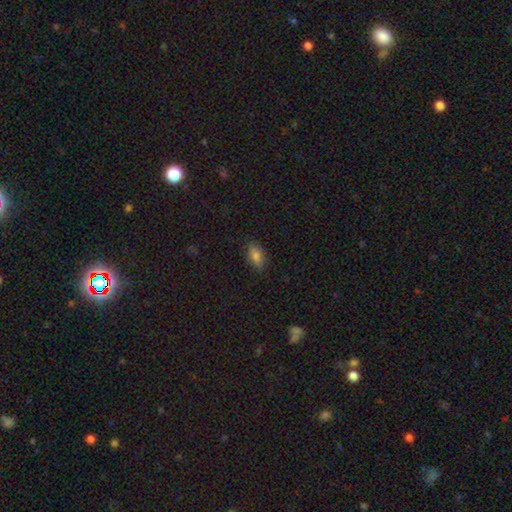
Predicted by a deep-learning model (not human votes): smooth 78%, star or artifact 11%, featured or disk 11%. Down the decision tree: how rounded — in between (87%); merging — none (82%).